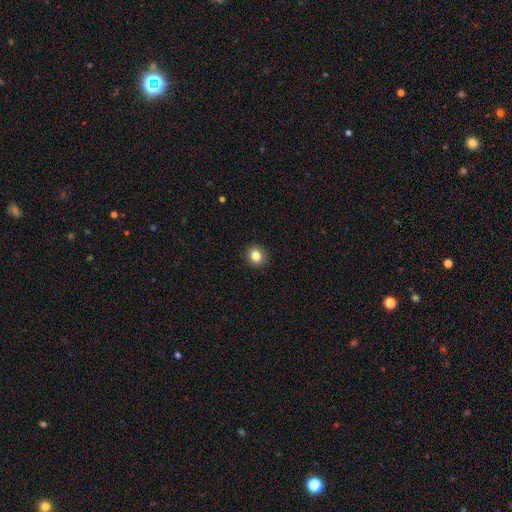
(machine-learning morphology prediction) A smooth galaxy with no disk features (84%) that is round (81%).

Vote fractions:
- Smooth or featured? smooth: 84% / star or artifact: 11% / featured or disk: 6%
- How rounded? round: 81% / in between: 18% / cigar-shaped: 1%
- Merging? none: 92% / minor disturbance: 5% / major disturbance: 2% / merger: 1%